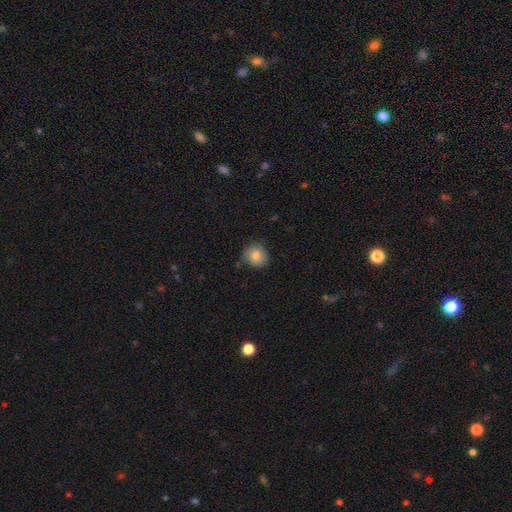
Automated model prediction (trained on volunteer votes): This is clearly a smooth galaxy (82%). How rounded: clearly round (85%). Merging: likely none (72%).